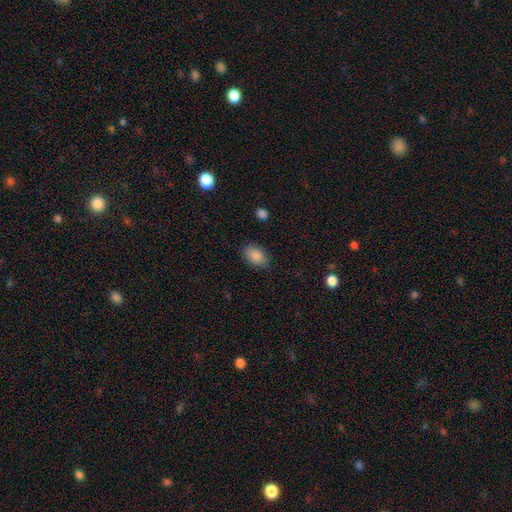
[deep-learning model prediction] Morphology: type=smooth (88%); roundness=in between (86%); merging=none (82%).